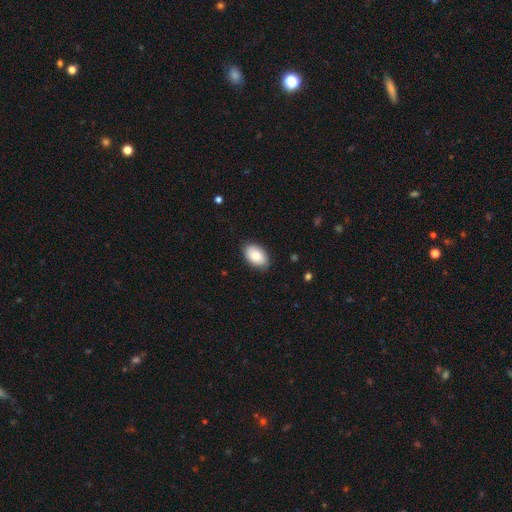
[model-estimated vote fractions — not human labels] smooth-or-featured: smooth: 86% | featured or disk: 8% | star or artifact: 6%
  how-rounded: in between: 93% | round: 6% | cigar-shaped: 1%
  merging: none: 83% | minor disturbance: 14% | major disturbance: 3% | merger: 1%